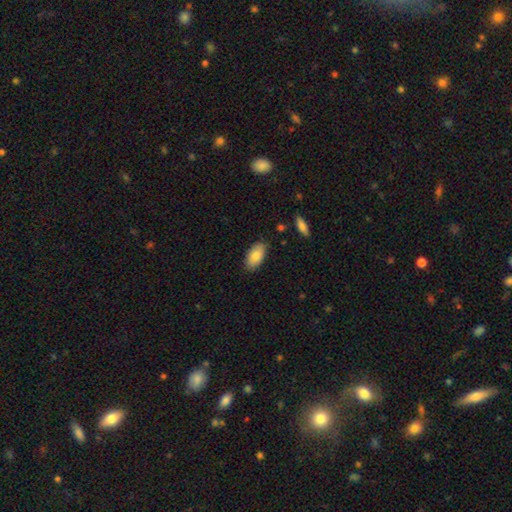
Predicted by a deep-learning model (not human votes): Overall: smooth (85%). How rounded: in between (94%). Merging: none (84%).